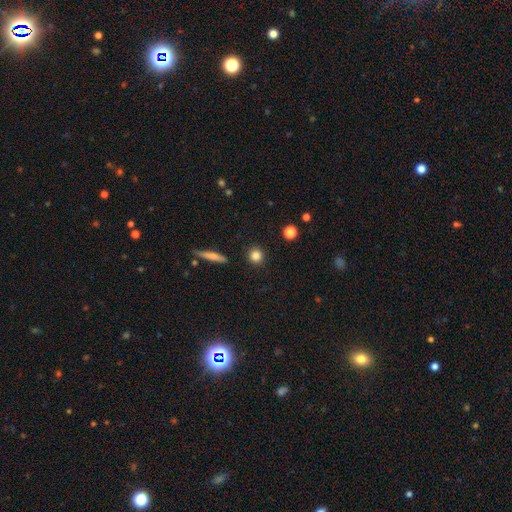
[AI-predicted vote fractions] A smooth galaxy with no disk features (84%) that is round (91%).

Vote fractions:
- Smooth or featured? smooth: 84% / star or artifact: 10% / featured or disk: 7%
- How rounded? round: 91% / in between: 7% / cigar-shaped: 2%
- Merging? none: 91% / minor disturbance: 5% / major disturbance: 2% / merger: 2%